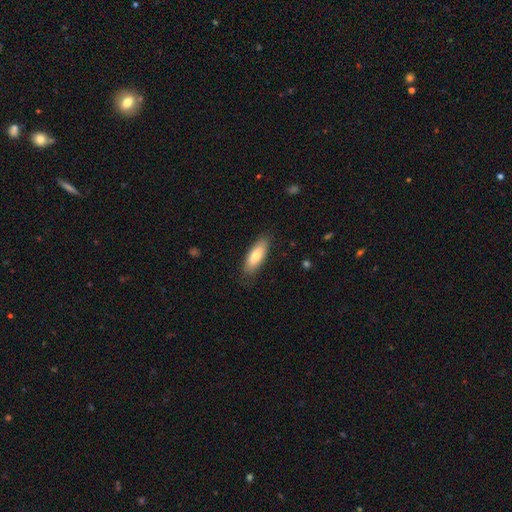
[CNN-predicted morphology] Smooth or featured: smooth — 73% (featured or disk — 21%)
How rounded: in between — 71% (cigar-shaped — 27%)
Merging: none — 84% (minor disturbance — 12%)